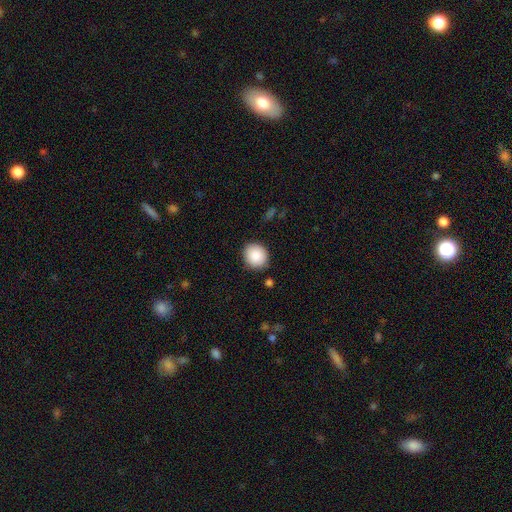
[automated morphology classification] A smooth galaxy with no disk features (88%) that is round (78%).

Vote fractions:
- Smooth or featured? smooth: 88% / star or artifact: 7% / featured or disk: 5%
- How rounded? round: 78% / in between: 21% / cigar-shaped: 1%
- Merging? none: 87% / minor disturbance: 9% / major disturbance: 2% / merger: 2%